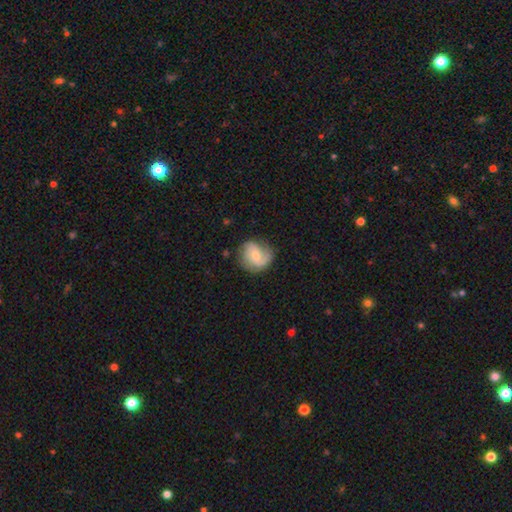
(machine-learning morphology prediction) This is likely a featured or disk galaxy (69%). It is clearly not viewed edge-on (98%). Bar: likely no (64%). Spiral arm pattern: clearly yes (93%). Spiral arm count: possibly 2 (54%). Spiral winding: possibly medium (46%). Central bulge: possibly small (53%). Merging: likely none (73%).